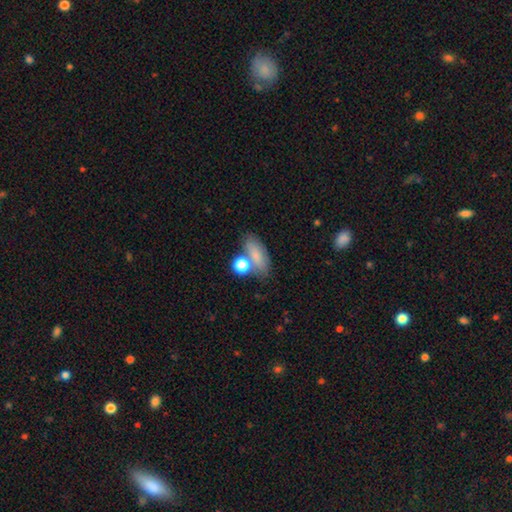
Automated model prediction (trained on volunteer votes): Smooth or featured: smooth — 75% (featured or disk — 15%)
How rounded: in between — 76% (cigar-shaped — 13%)
Merging: none — 55% (merger — 22%)